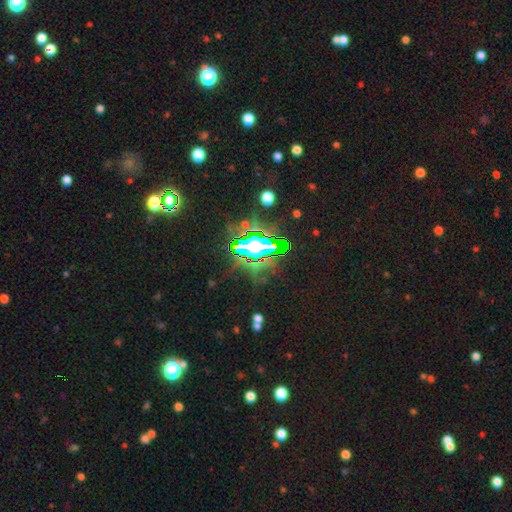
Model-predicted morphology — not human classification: Smooth or featured: star or artifact — 80% (smooth — 11%)